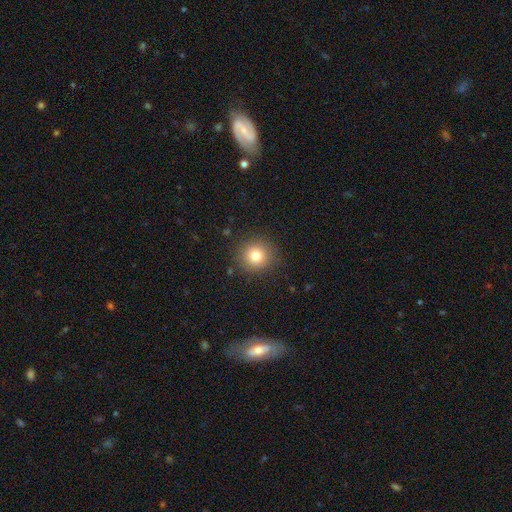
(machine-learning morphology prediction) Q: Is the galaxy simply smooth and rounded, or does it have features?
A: smooth — 80%.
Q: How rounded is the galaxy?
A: round — 92%.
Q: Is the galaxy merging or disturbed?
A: none — 88%.